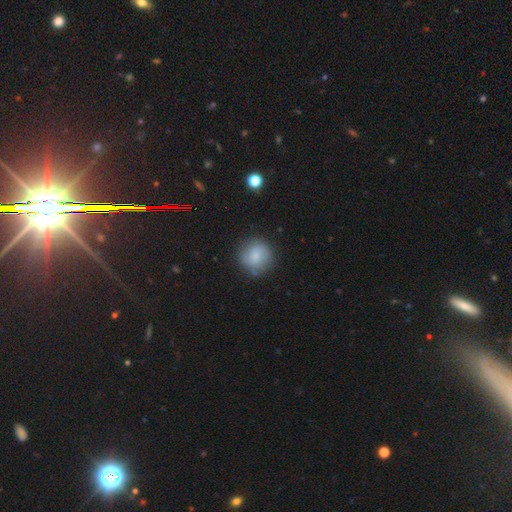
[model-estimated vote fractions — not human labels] Smooth or featured? Predicted: smooth (p=0.80). How rounded? Predicted: round (p=0.88). Merging? Predicted: none (p=0.75).